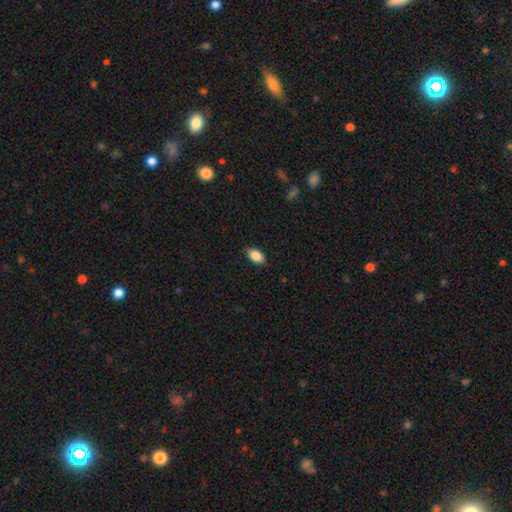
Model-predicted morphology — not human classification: This is clearly a smooth galaxy (87%). How rounded: clearly in between (91%). Merging: clearly none (86%).